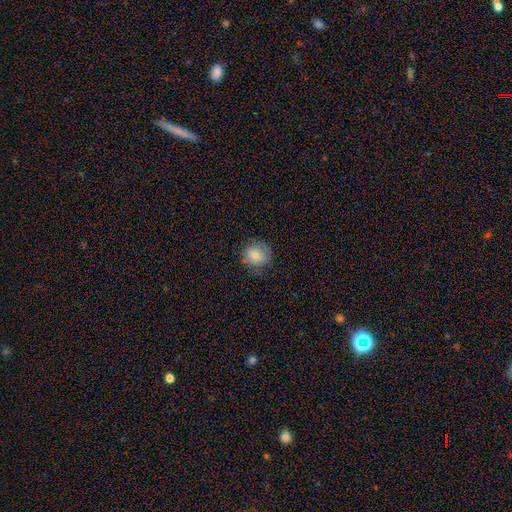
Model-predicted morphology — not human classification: Smooth or featured: smooth — 77% (featured or disk — 14%)
How rounded: round — 82% (in between — 17%)
Merging: none — 72% (minor disturbance — 20%)